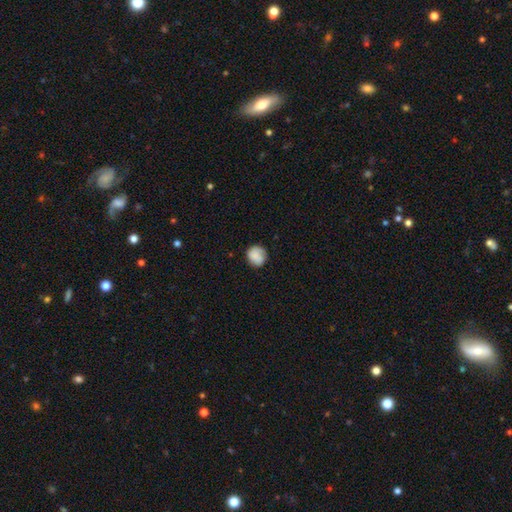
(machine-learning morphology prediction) Smooth or featured: smooth — 82% (featured or disk — 10%)
How rounded: round — 83% (in between — 16%)
Merging: none — 74% (minor disturbance — 20%)